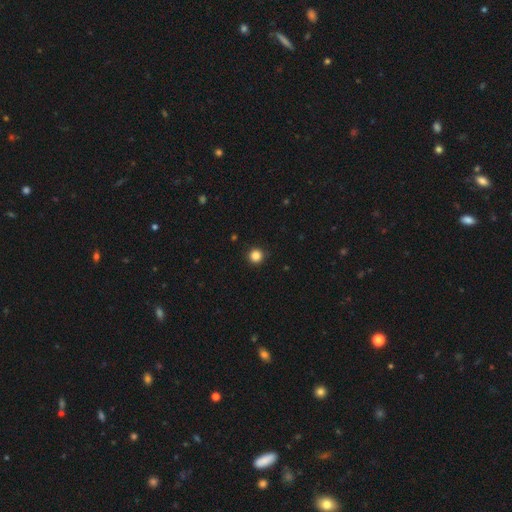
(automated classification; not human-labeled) A smooth galaxy with no disk features (85%) that is round (96%). Merging: none (93%).